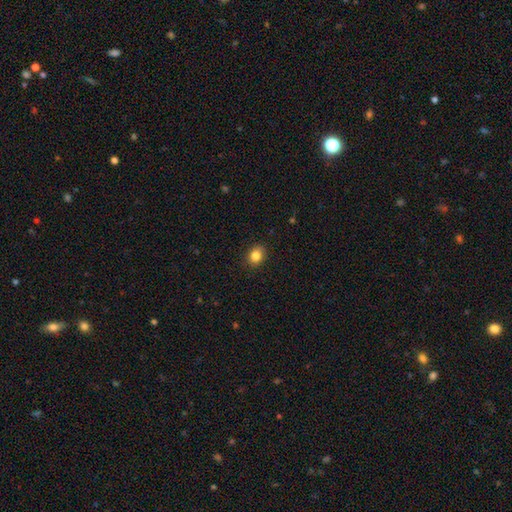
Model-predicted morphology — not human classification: smooth-or-featured: smooth: 84% | star or artifact: 10% | featured or disk: 6%
  how-rounded: round: 57% | in between: 42% | cigar-shaped: 1%
  merging: none: 87% | minor disturbance: 9% | major disturbance: 2% | merger: 1%